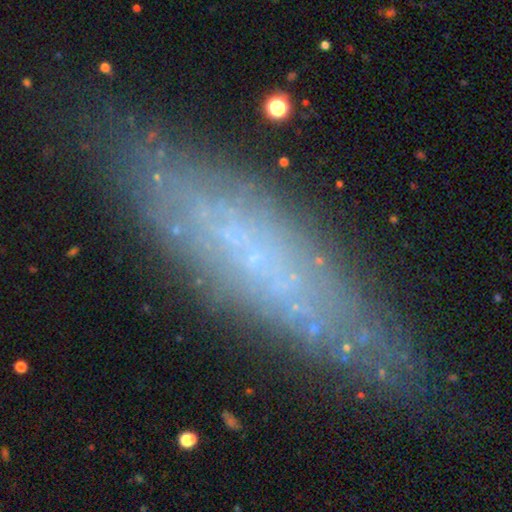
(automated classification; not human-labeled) A featured or disk galaxy (47%). Merging: none (77%).